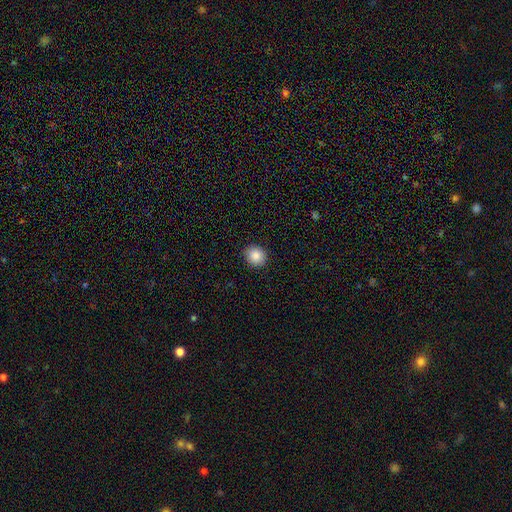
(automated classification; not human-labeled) This is clearly a smooth galaxy (86%). How rounded: clearly round (86%). Merging: clearly none (91%).